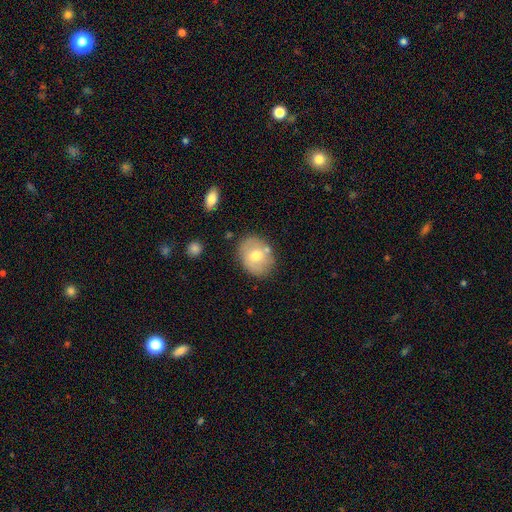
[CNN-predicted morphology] This appears to be a smooth galaxy with no disk features (63%) that is in between round and cigar-shaped (51%). Merging: none (75%).